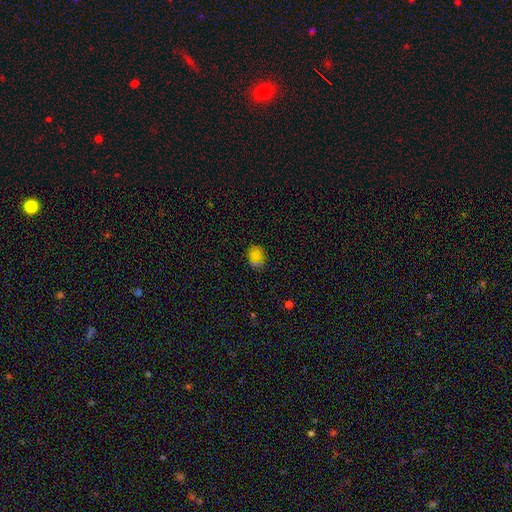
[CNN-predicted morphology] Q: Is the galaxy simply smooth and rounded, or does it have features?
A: smooth — 71%.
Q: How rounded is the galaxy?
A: round — 60%.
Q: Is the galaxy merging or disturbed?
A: none — 79%.